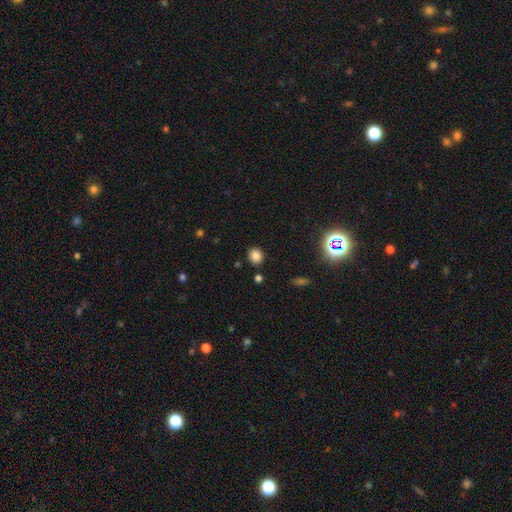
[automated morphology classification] smooth-or-featured: smooth: 81% | star or artifact: 13% | featured or disk: 6%
  how-rounded: round: 72% | in between: 27% | cigar-shaped: 1%
  merging: none: 87% | minor disturbance: 8% | merger: 3% | major disturbance: 2%